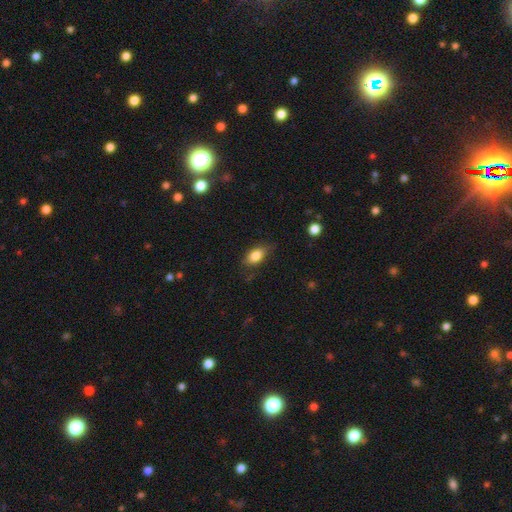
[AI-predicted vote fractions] The model was most divided on "merging": none: 75%, minor disturbance: 20%, major disturbance: 4%, merger: 1%. More confident: how rounded — in between (87%); smooth or featured — smooth (83%).